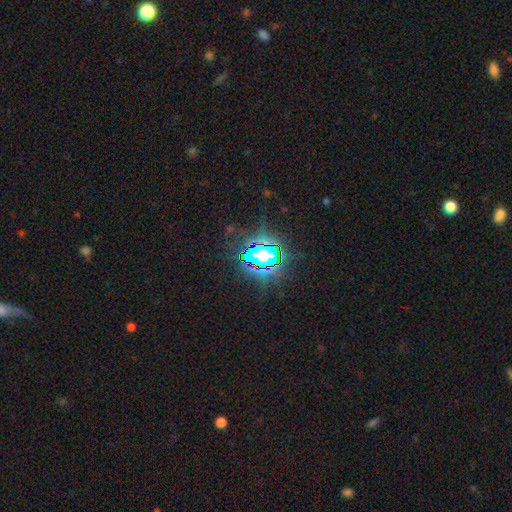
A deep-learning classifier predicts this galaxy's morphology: Overall: star or artifact (80%).